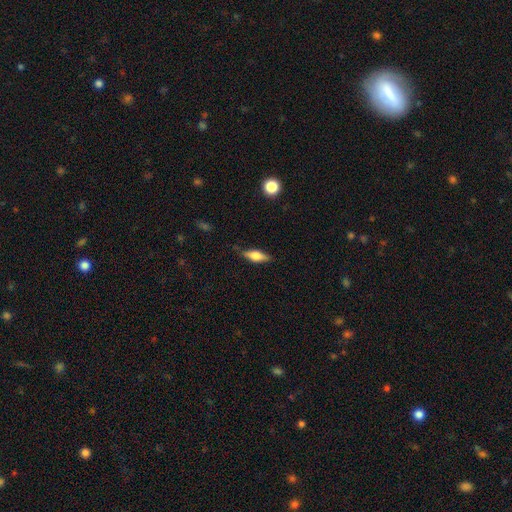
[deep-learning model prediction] A smooth galaxy with no disk features (58%) that is in between round and cigar-shaped (64%).

Vote fractions:
- Smooth or featured? smooth: 58% / featured or disk: 34% / star or artifact: 7%
- How rounded? in between: 64% / cigar-shaped: 32% / round: 3%
- Merging? none: 80% / minor disturbance: 15% / major disturbance: 3% / merger: 1%